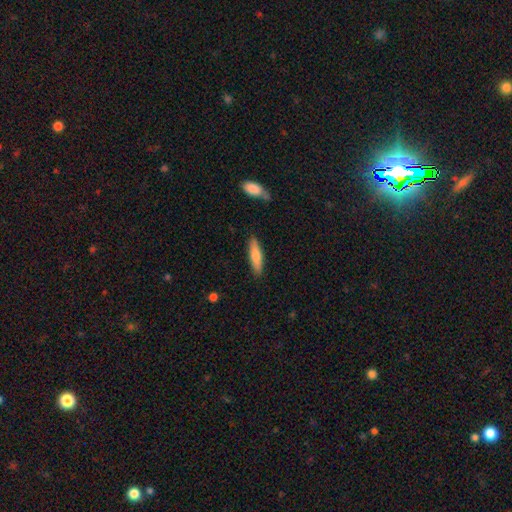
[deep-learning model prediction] Overall: smooth (74%). How rounded: cigar-shaped (72%). Merging: none (87%).